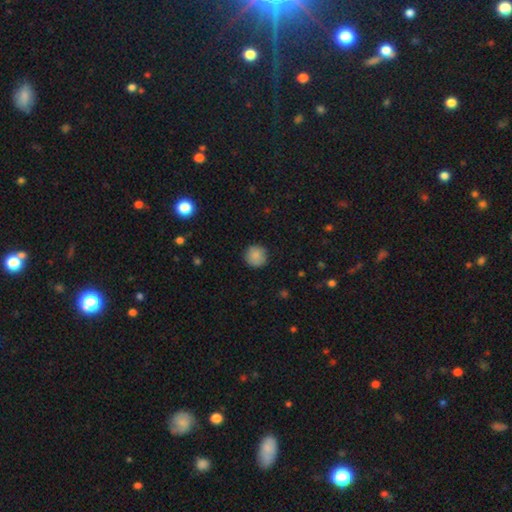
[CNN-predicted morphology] The model was most divided on "smooth or featured": smooth: 87%, star or artifact: 8%, featured or disk: 5%. More confident: how rounded — round (95%); merging — none (89%).